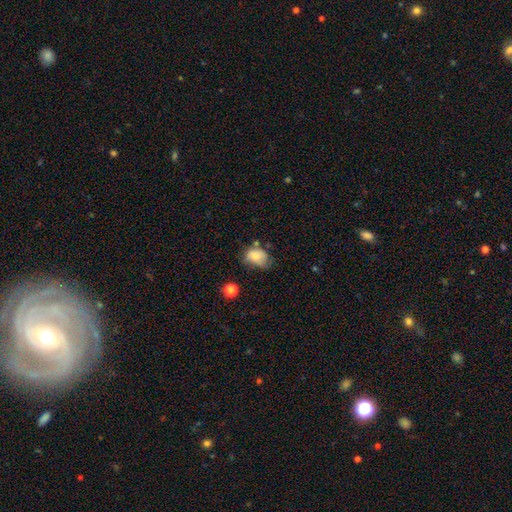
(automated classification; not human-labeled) Smooth or featured? smooth (75%)
How rounded? in between (74%)
Merging? none (37%, tied with minor disturbance)